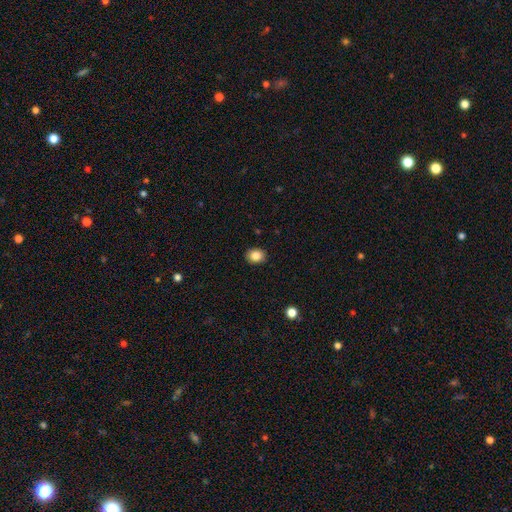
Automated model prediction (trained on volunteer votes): This appears to be a smooth galaxy with no disk features (85%) that is round (57%). Merging: none (90%).